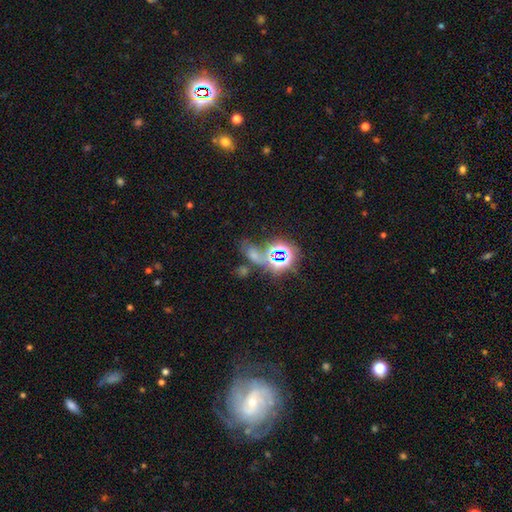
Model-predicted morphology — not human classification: smooth-or-featured: star or artifact: 54% | smooth: 33% | featured or disk: 12%